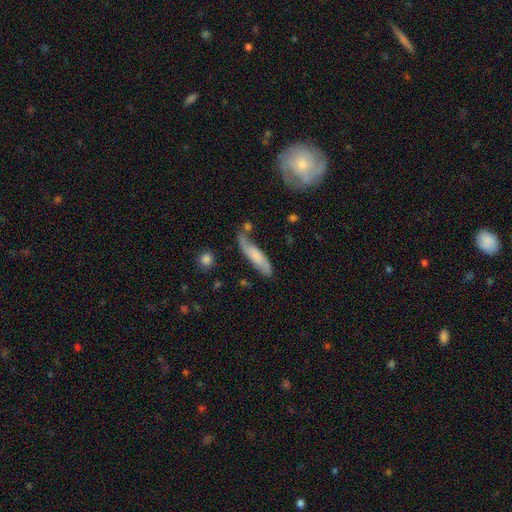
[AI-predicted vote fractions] smooth 50%, featured or disk 43%, star or artifact 7%. Down the decision tree: merging — none (57%).